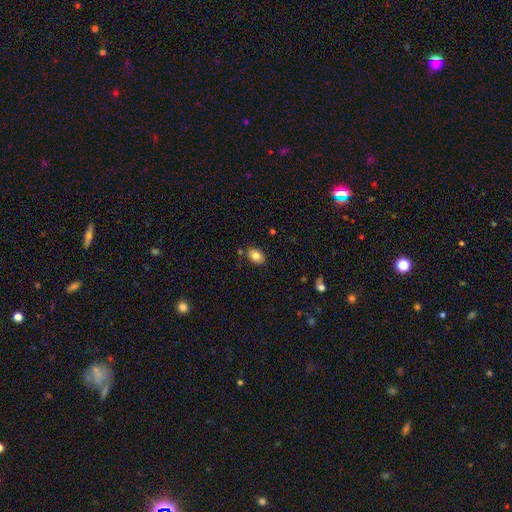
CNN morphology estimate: Smooth or featured?
  - smooth: 82% *
  - featured or disk: 9%
  - star or artifact: 9%
How rounded?
  - in between: 77% *
  - round: 21%
  - cigar-shaped: 1%
Merging?
  - none: 79% *
  - minor disturbance: 12%
  - merger: 6%
  - major disturbance: 3%